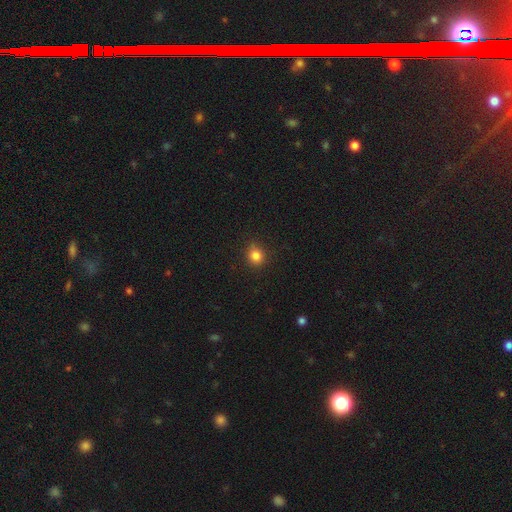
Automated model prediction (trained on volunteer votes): The model was most divided on "how rounded": round: 76%, in between: 23%, cigar-shaped: 1%. More confident: smooth or featured — smooth (83%); merging — none (83%).